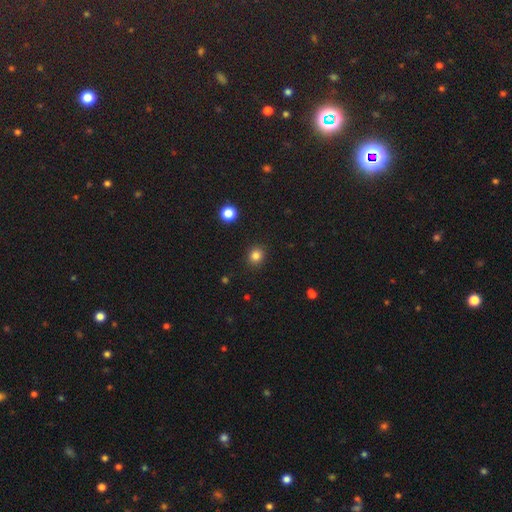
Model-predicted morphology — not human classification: smooth-or-featured: smooth: 82% | star or artifact: 13% | featured or disk: 5%
  how-rounded: round: 84% | in between: 16% | cigar-shaped: 1%
  merging: none: 91% | minor disturbance: 6% | major disturbance: 2% | merger: 1%